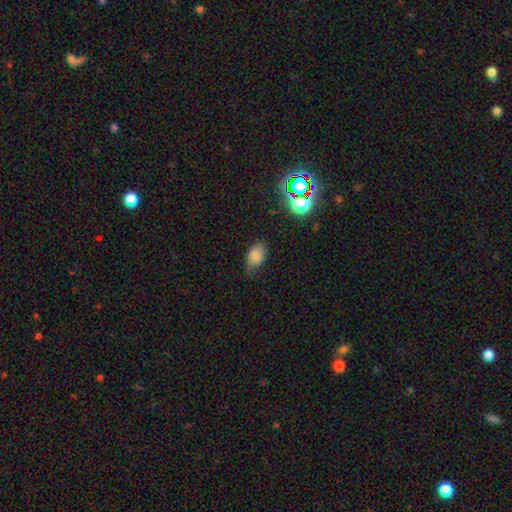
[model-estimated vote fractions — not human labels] A smooth galaxy with no disk features (80%) that is in between round and cigar-shaped (84%). Merging: none (64%).